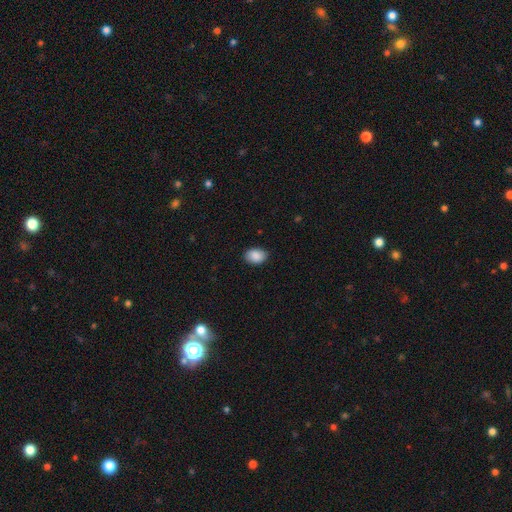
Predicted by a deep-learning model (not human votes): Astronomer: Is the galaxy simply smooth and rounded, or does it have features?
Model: smooth — 89%.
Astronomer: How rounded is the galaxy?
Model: in between — 84%.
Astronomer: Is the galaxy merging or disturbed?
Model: none — 86%.